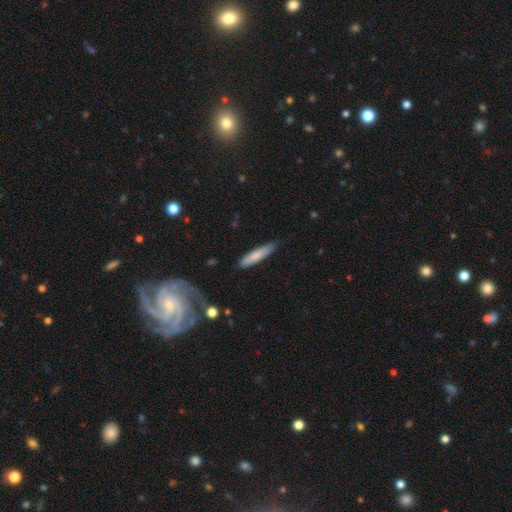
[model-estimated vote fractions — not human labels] Smooth or featured?
  - smooth: 76% *
  - featured or disk: 18%
  - star or artifact: 5%
How rounded?
  - cigar-shaped: 85% *
  - in between: 14%
  - round: 1%
Merging?
  - none: 82% *
  - minor disturbance: 14%
  - major disturbance: 3%
  - merger: 2%